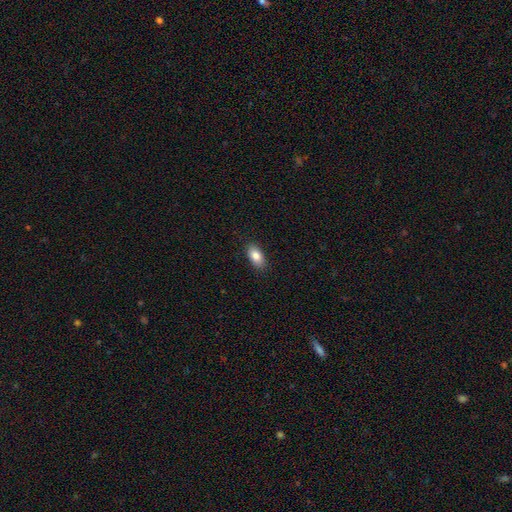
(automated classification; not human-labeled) Q: Smooth or featured?
A: smooth (85%); runner-up: star or artifact (8%)
Q: How rounded?
A: in between (91%); runner-up: round (5%)
Q: Merging?
A: none (88%); runner-up: minor disturbance (9%)